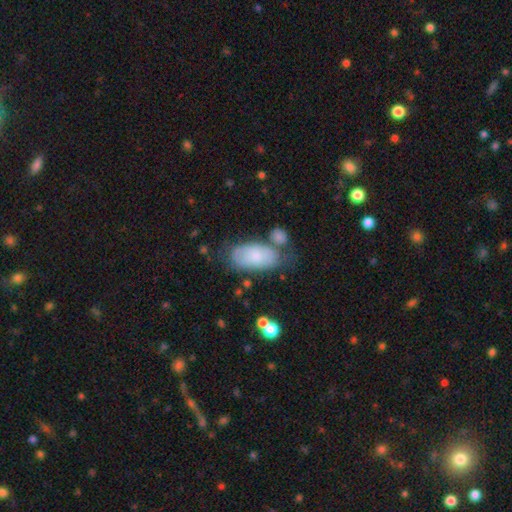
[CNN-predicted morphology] Smooth or featured? smooth (64%)
How rounded? in between (93%)
Merging? none (48%)